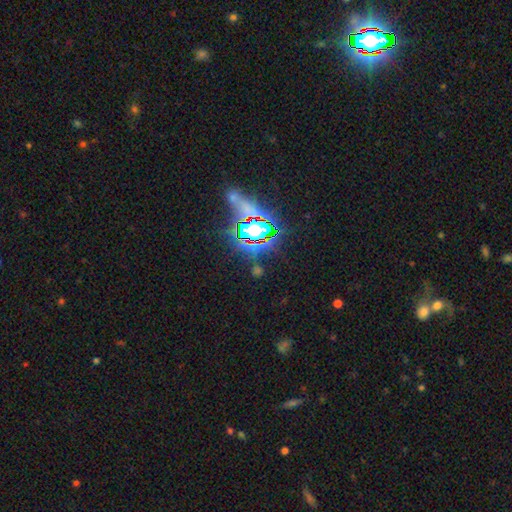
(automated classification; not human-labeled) A star or artifact, not a galaxy (82%).

Vote fractions:
- Smooth or featured? star or artifact: 82% / smooth: 10% / featured or disk: 7%